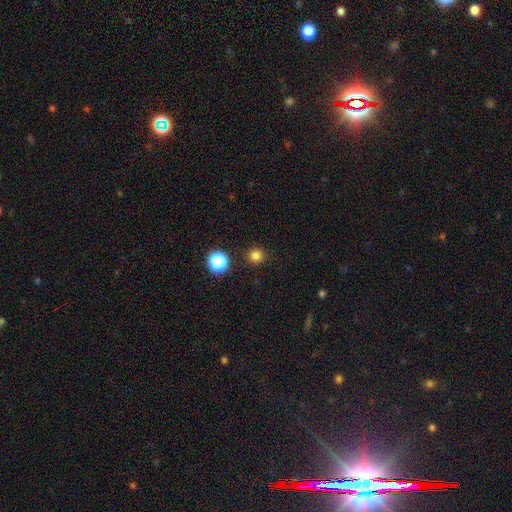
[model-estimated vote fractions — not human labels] This is clearly a smooth galaxy (81%). How rounded: clearly round (92%). Merging: clearly none (90%).